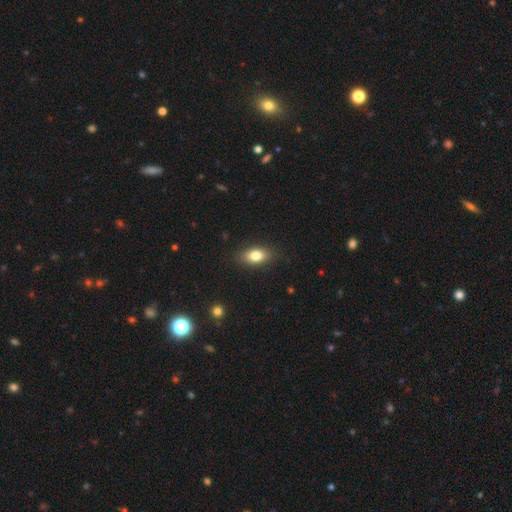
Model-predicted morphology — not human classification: Smooth or featured? smooth (81%)
How rounded? in between (87%)
Merging? none (87%)